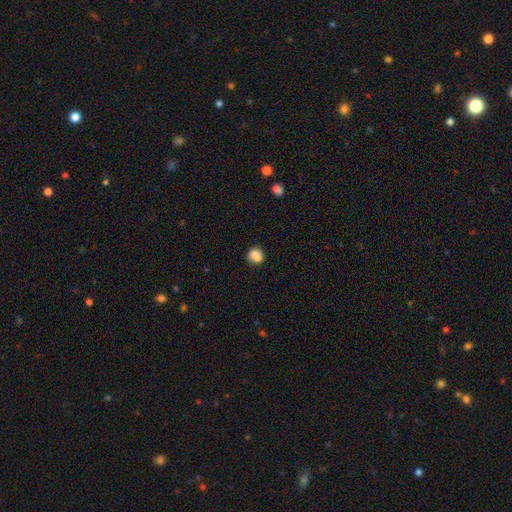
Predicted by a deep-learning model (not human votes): Q: Smooth or featured?
A: smooth (79%); runner-up: featured or disk (11%)
Q: How rounded?
A: round (70%); runner-up: in between (28%)
Q: Merging?
A: none (54%); runner-up: merger (20%)